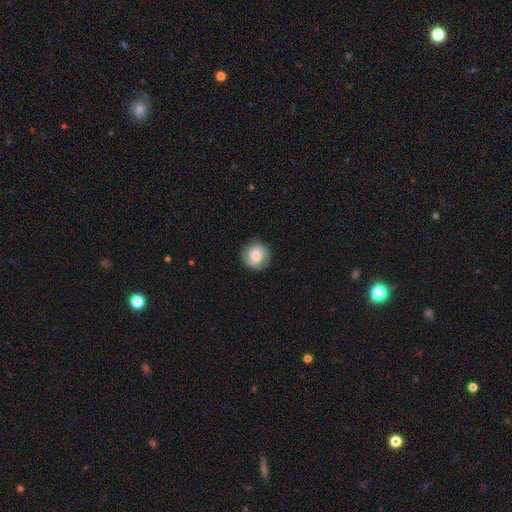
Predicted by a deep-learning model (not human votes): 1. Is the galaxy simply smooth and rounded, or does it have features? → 46% smooth (tied), 46% featured or disk (tied), 8% star or artifact.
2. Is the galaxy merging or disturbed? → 86% none, 10% minor disturbance, 3% major disturbance, 1% merger.